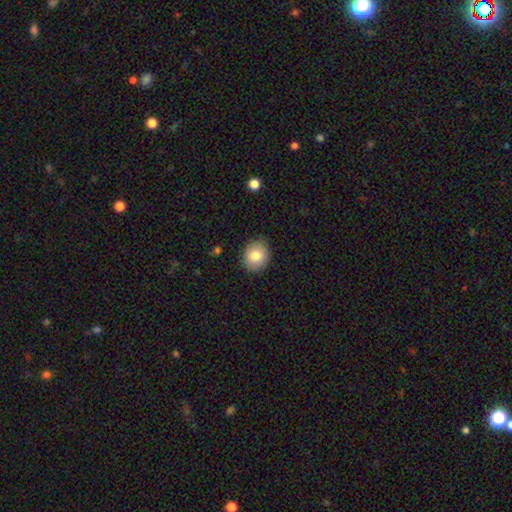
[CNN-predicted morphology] Smooth or featured? Predicted: smooth (p=0.81). How rounded? Predicted: round (p=0.69). Merging? Predicted: none (p=0.88).